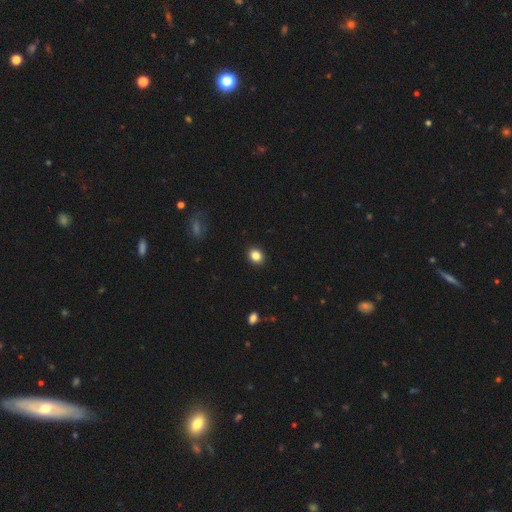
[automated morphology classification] The model was most divided on "how rounded": round: 64%, in between: 35%, cigar-shaped: 1%. More confident: merging — none (91%); smooth or featured — smooth (85%).